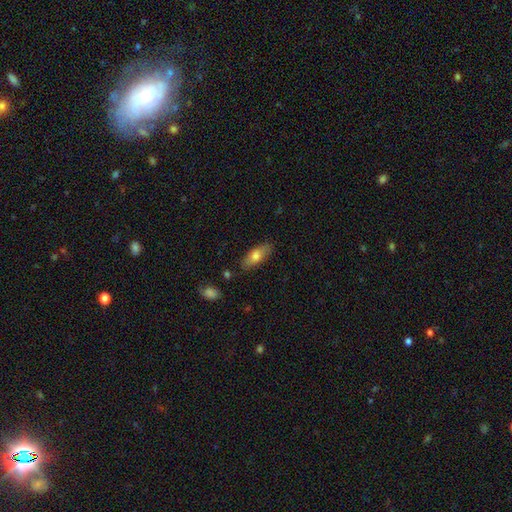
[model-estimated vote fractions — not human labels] smooth_or_featured: smooth (p=0.71) [alt: featured or disk p=0.22]
how_rounded: in between (p=0.74) [alt: cigar-shaped p=0.23]
merging: none (p=0.82) [alt: minor disturbance p=0.13]